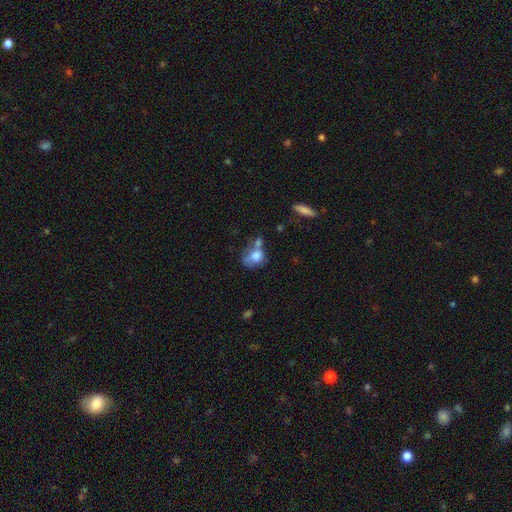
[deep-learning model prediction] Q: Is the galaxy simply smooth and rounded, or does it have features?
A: smooth — 69%.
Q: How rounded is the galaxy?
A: in between — 59%.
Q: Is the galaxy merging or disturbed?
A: merger — 35%.